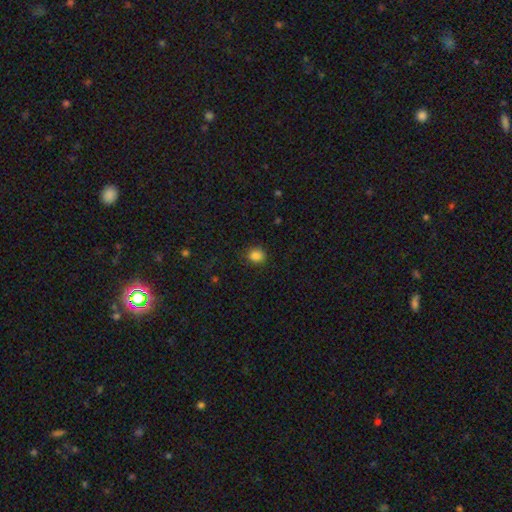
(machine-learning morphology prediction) smooth-or-featured: smooth: 85% | star or artifact: 11% | featured or disk: 3%
  how-rounded: round: 77% | in between: 22% | cigar-shaped: 1%
  merging: none: 87% | minor disturbance: 9% | major disturbance: 3% | merger: 1%